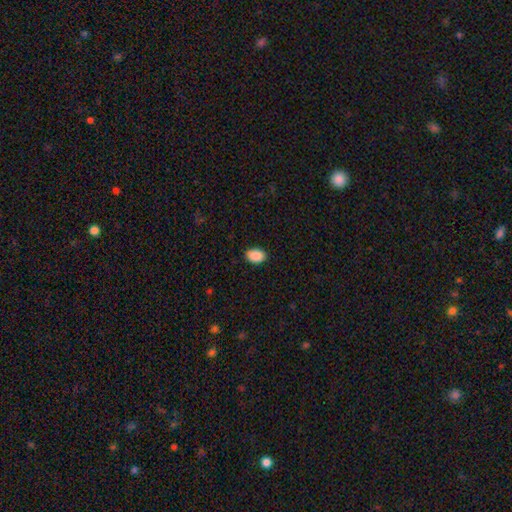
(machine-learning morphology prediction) Q: Smooth or featured?
A: smooth (90%); runner-up: star or artifact (7%)
Q: How rounded?
A: in between (82%); runner-up: round (17%)
Q: Merging?
A: none (88%); runner-up: minor disturbance (9%)